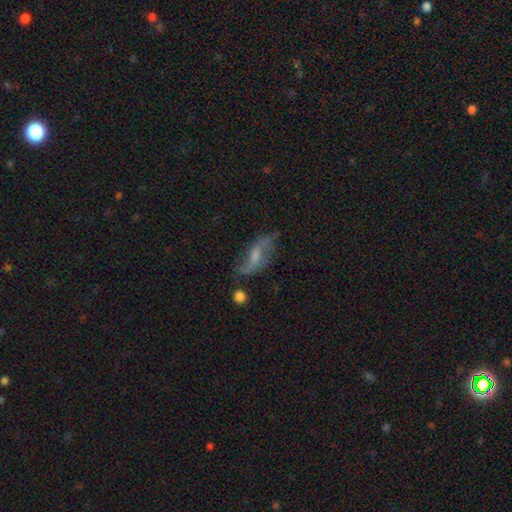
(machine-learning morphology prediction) featured or disk 68%, smooth 22%, star or artifact 10%. Down the decision tree: edge-on disk — no (85%); bar — weak (47%); spiral arms — yes (85%); bulge size — small (38%); merging — none (61%).